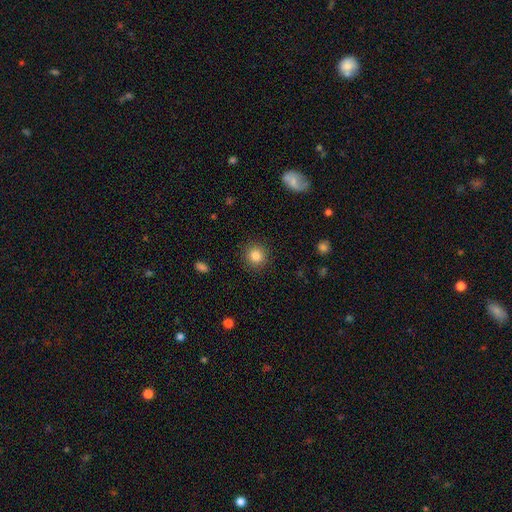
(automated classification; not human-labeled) This appears to be a smooth galaxy with no disk features (84%) that is round (93%). Merging: none (91%).